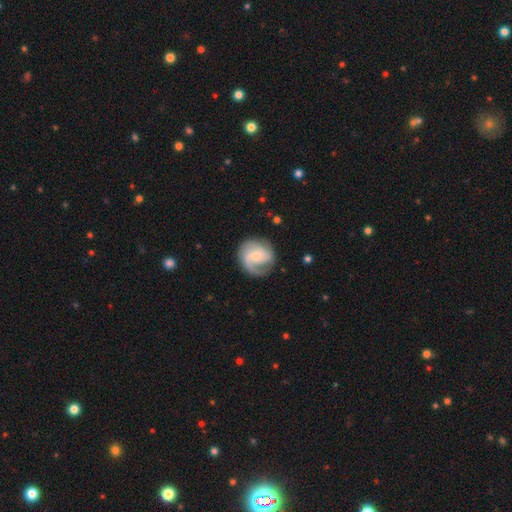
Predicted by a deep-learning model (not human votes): This appears to be a featured or disk galaxy (76%) with no bar (60%), 2 (41%) medium (43%) spiral arms (95%) and a small central bulge (61%). Merging: none (72%).